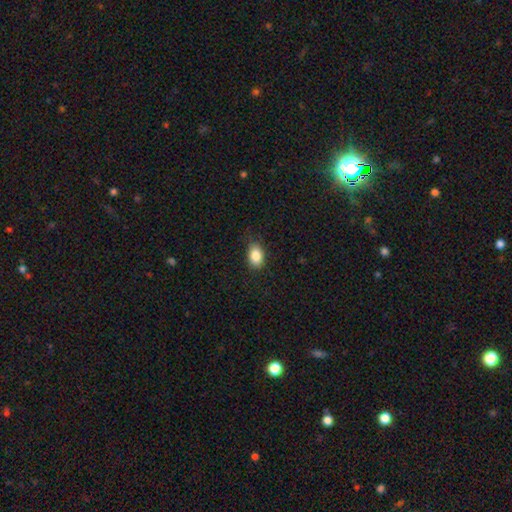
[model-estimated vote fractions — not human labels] Smooth or featured?
  - smooth: 86% *
  - star or artifact: 8%
  - featured or disk: 6%
How rounded?
  - in between: 83% *
  - round: 16%
  - cigar-shaped: 1%
Merging?
  - none: 81% *
  - minor disturbance: 15%
  - major disturbance: 3%
  - merger: 1%